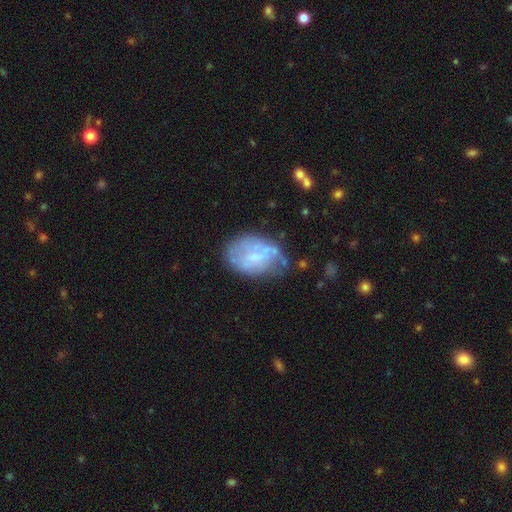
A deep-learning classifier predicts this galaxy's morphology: A smooth galaxy with no disk features (47%).

Vote fractions:
- Smooth or featured? smooth: 47% / featured or disk: 44% / star or artifact: 9%
- Merging? none: 47% / minor disturbance: 31% / major disturbance: 16% / merger: 6%